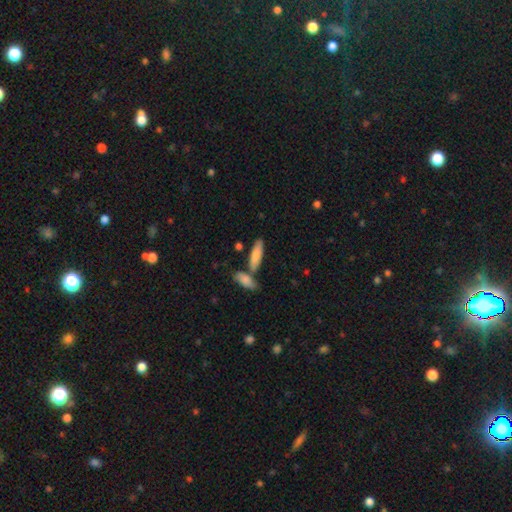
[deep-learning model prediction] A smooth galaxy with no disk features (80%) that is in between round and cigar-shaped (49%, tied with cigar-shaped). Merging: none (59%).